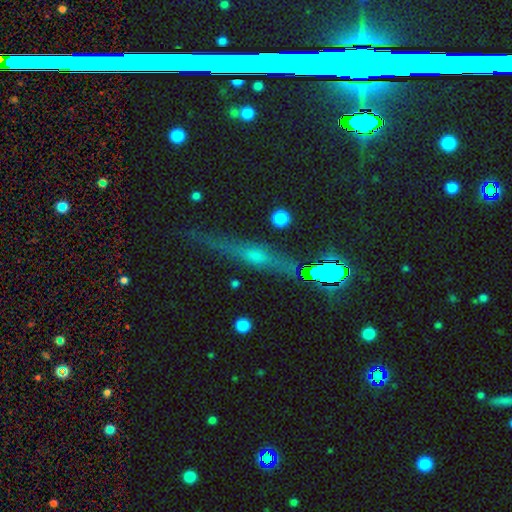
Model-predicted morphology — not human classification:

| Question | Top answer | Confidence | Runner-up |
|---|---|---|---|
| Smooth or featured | featured or disk | 50% | smooth (31%) |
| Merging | none | 75% | minor disturbance (15%) |